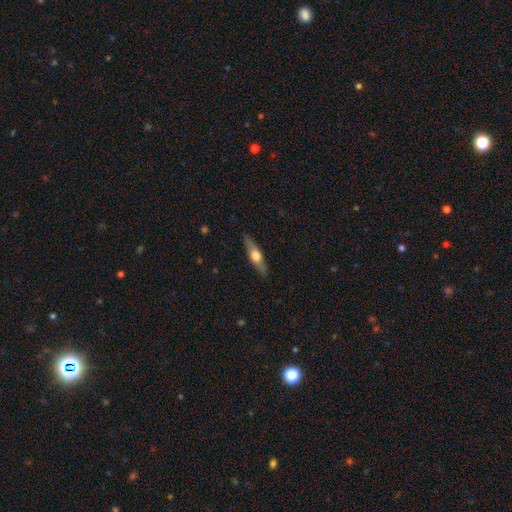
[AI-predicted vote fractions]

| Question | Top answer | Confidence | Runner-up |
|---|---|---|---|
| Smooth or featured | featured or disk | 57% | smooth (37%) |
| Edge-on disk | yes | 92% | no (8%) |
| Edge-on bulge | rounded | 92% | boxy (6%) |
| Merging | none | 87% | minor disturbance (10%) |